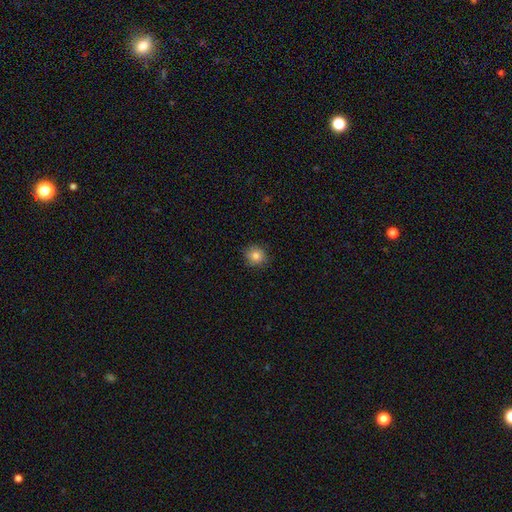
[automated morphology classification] This appears to be a smooth galaxy with no disk features (83%) that is round (89%). Merging: none (84%).